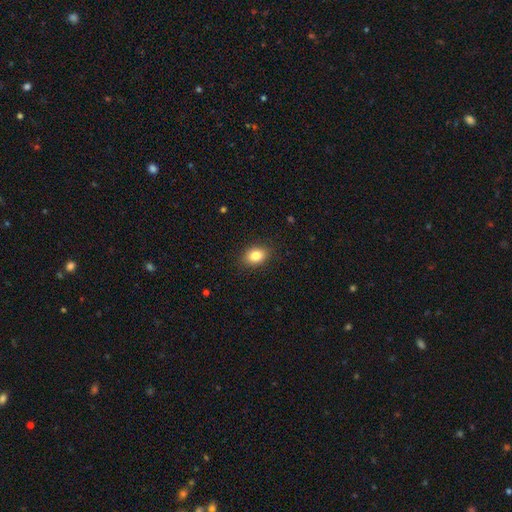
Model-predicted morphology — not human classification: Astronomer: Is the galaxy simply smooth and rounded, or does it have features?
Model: smooth — 83%.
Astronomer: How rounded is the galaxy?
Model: in between — 72%.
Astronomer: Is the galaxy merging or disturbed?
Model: none — 88%.